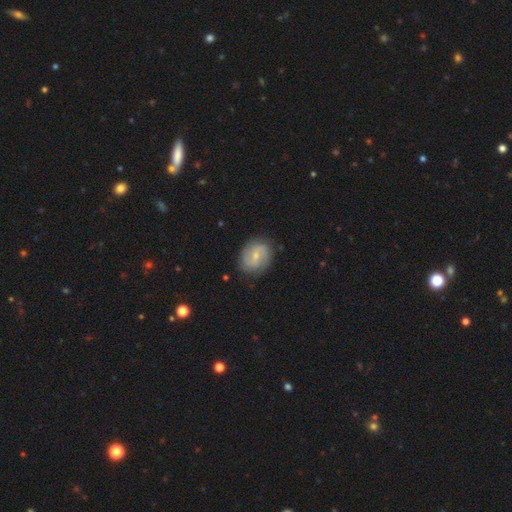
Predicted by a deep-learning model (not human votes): Smooth or featured? Predicted: featured or disk (p=0.63). Edge-on disk? Predicted: no (p=0.97). Bar? Predicted: weak (p=0.47). Spiral arms? Predicted: yes (p=0.87). Spiral winding? Predicted: medium (p=0.44). Spiral arm count? Predicted: 2 (p=0.74). Bulge size? Predicted: small (p=0.64). Merging? Predicted: none (p=0.80).